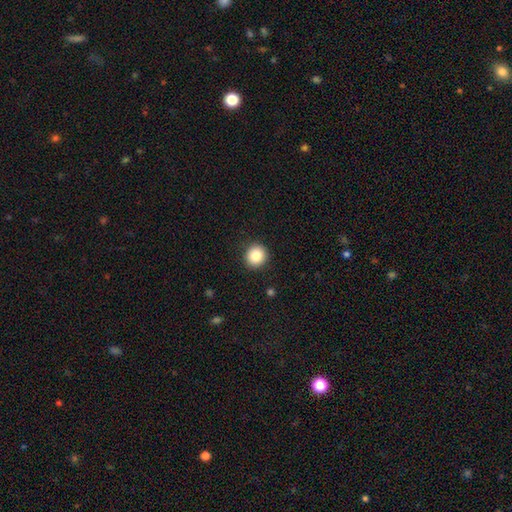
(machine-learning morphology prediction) type=smooth (84%); roundness=round (92%); merging=none (92%).